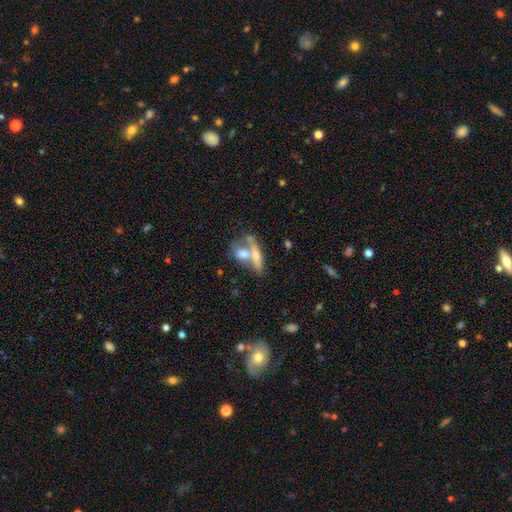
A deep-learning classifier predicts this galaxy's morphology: The model was most divided on "smooth or featured": smooth: 53%, featured or disk: 40%, star or artifact: 8%. More confident: merging — merger (58%); how rounded — in between (52%).